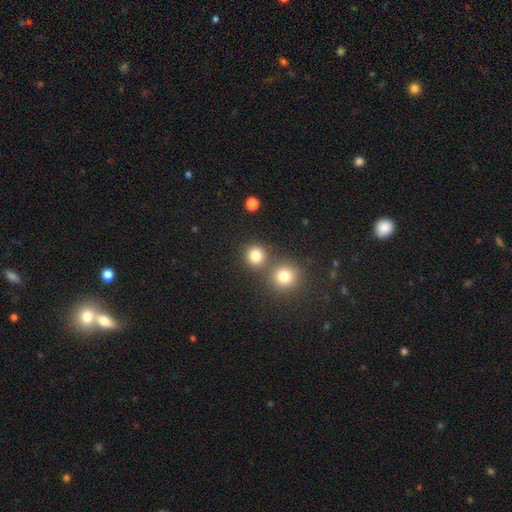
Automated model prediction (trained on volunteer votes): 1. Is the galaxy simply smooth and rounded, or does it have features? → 80% smooth, 14% star or artifact, 6% featured or disk.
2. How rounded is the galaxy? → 90% round, 9% in between, 1% cigar-shaped.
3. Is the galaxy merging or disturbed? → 69% none, 22% merger, 6% minor disturbance, 3% major disturbance.